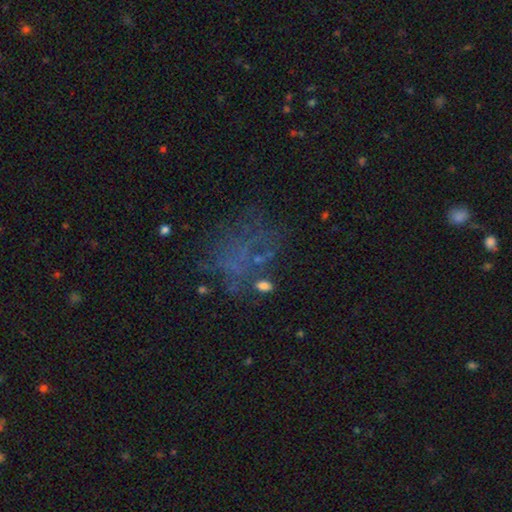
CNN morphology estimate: A featured or disk galaxy (35%).

Vote fractions:
- Smooth or featured? featured or disk: 35% / star or artifact: 33% / smooth: 31%
- Merging? none: 52% / major disturbance: 25% / minor disturbance: 16% / merger: 6%